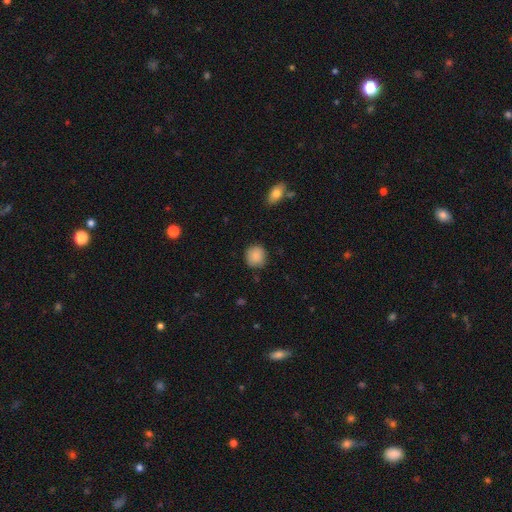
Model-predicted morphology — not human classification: Overall: smooth (88%). How rounded: round (89%). Merging: none (85%).